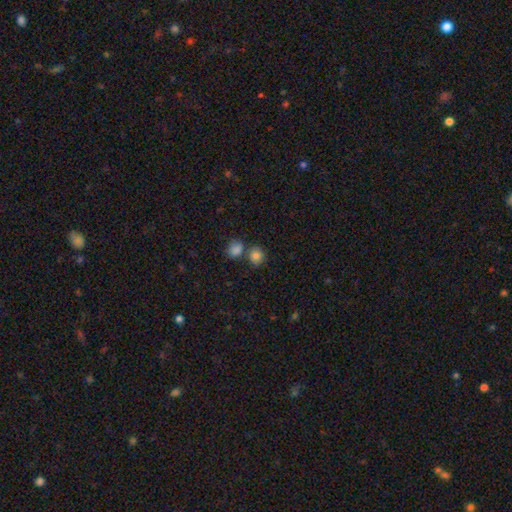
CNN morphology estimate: smooth_or_featured: smooth (p=0.83) [alt: star or artifact p=0.11]
how_rounded: round (p=0.74) [alt: in between p=0.25]
merging: none (p=0.61) [alt: merger p=0.24]